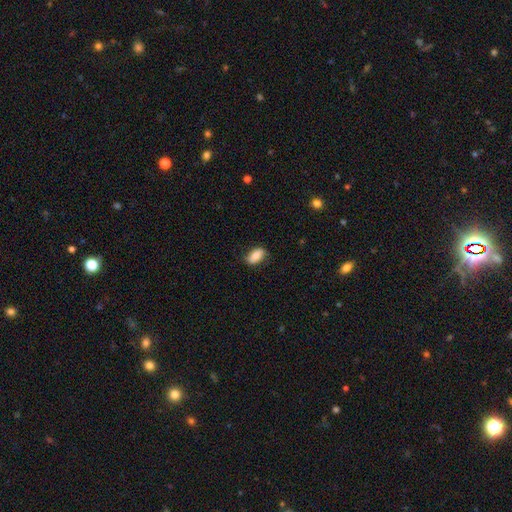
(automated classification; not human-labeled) A smooth galaxy with no disk features (81%) that is in between round and cigar-shaped (89%). Merging: none (76%).